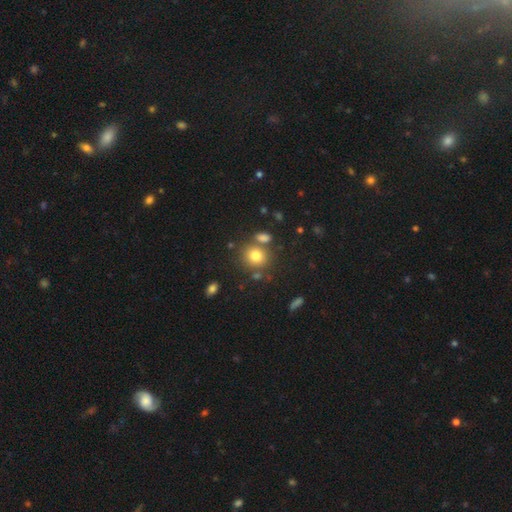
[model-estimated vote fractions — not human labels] Smooth or featured?
  - smooth: 78% *
  - star or artifact: 12%
  - featured or disk: 9%
How rounded?
  - round: 79% *
  - in between: 20%
  - cigar-shaped: 1%
Merging?
  - none: 69% *
  - merger: 17%
  - minor disturbance: 10%
  - major disturbance: 4%